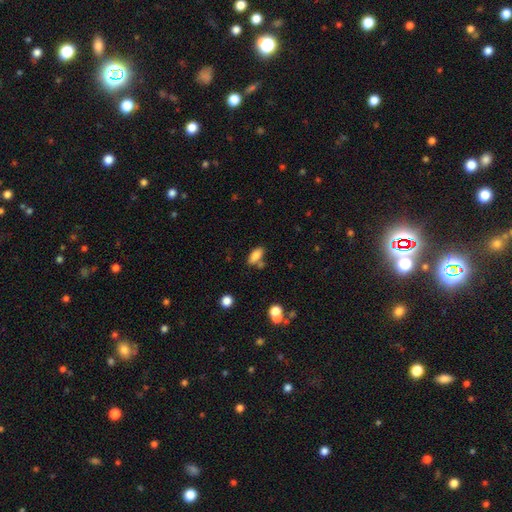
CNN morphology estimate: This is clearly a smooth galaxy (81%). How rounded: clearly in between (86%). Merging: likely none (65%).